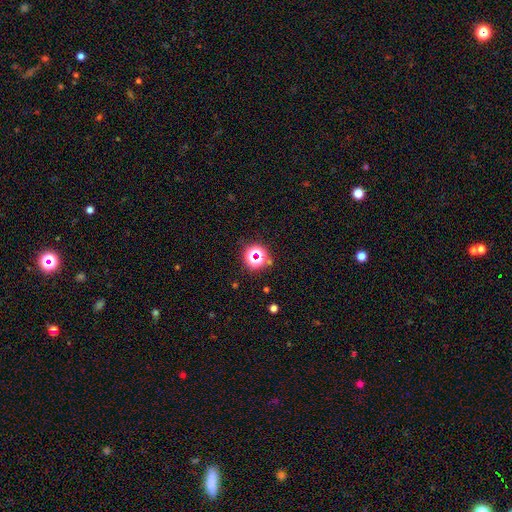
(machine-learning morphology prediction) This is likely a star or artifact rather than a galaxy (62%).